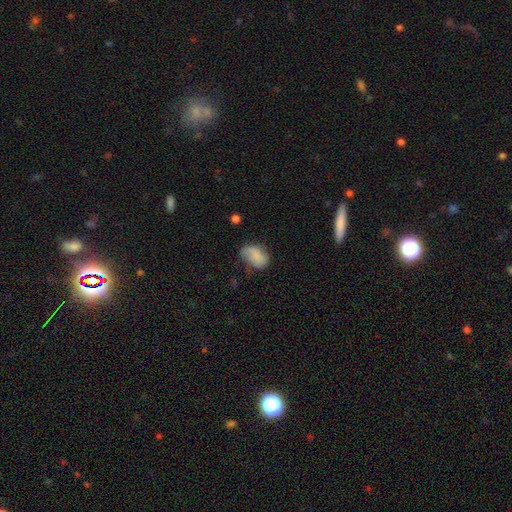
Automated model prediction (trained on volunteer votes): This is likely a smooth galaxy (75%). How rounded: clearly in between (84%). Merging: possibly none (48%).